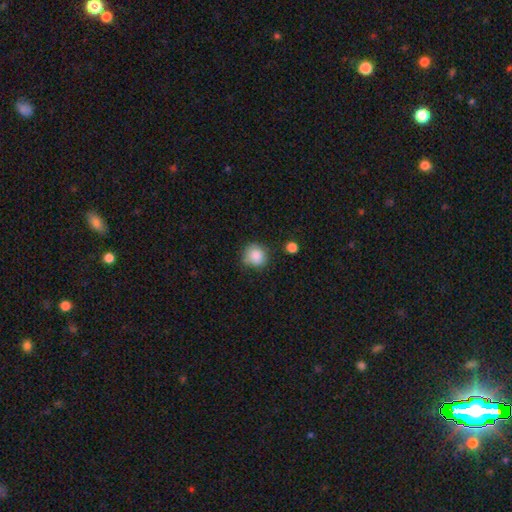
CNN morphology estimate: The model was most divided on "merging": none: 66%, minor disturbance: 24%, major disturbance: 5%, merger: 5%. More confident: smooth or featured — smooth (86%); how rounded — round (85%).